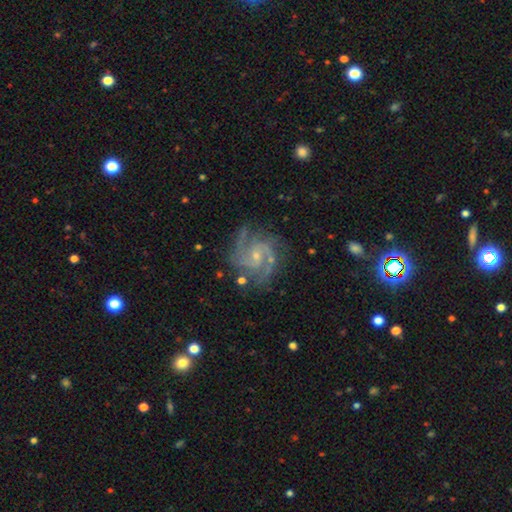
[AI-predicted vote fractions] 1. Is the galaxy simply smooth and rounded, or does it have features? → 91% featured or disk, 5% star or artifact, 3% smooth.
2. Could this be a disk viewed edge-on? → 98% no, 2% yes.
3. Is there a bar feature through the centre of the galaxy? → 56% no, 36% weak, 8% strong.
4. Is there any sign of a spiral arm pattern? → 98% yes, 2% no.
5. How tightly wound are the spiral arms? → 54% medium, 36% tight, 9% loose.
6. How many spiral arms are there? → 51% 2, 28% 3, 7% can't tell, 6% 4, 4% 1, 4% more than 4.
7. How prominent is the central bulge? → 71% small, 24% moderate, 3% none, 1% large, 1% dominant.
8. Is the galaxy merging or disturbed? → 74% none, 17% minor disturbance, 7% major disturbance, 2% merger.